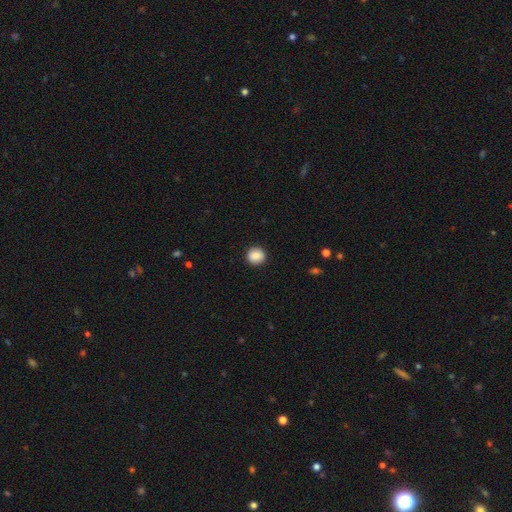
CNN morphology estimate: smooth_or_featured: smooth (p=0.88) [alt: star or artifact p=0.08]
how_rounded: round (p=0.90) [alt: in between p=0.09]
merging: none (p=0.92) [alt: minor disturbance p=0.05]